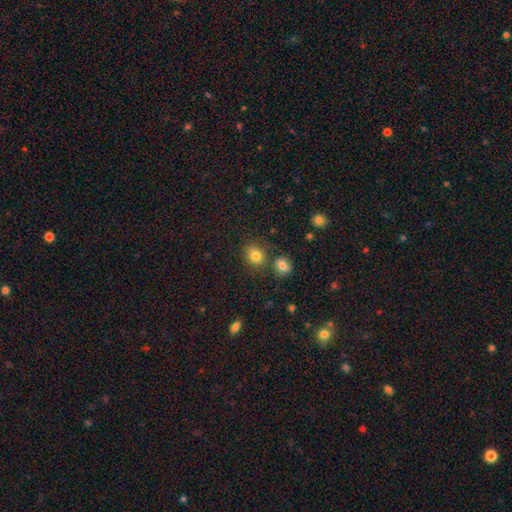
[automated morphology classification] smooth_or_featured: smooth (p=0.80) [alt: star or artifact p=0.13]
how_rounded: round (p=0.66) [alt: in between p=0.33]
merging: none (p=0.70) [alt: merger p=0.14]